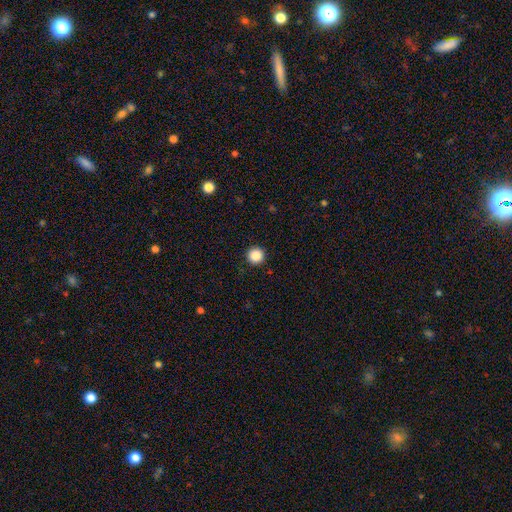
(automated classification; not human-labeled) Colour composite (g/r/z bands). It shows a smooth galaxy with no disk features (87%) that is round (96%). Merging: none (94%).